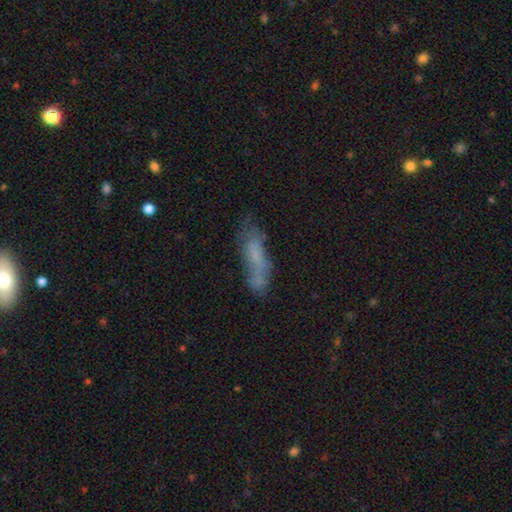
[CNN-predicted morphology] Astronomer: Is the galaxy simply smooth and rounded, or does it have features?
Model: smooth — 59%.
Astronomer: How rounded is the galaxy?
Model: cigar-shaped — 56% (runner-up: in between, 42%).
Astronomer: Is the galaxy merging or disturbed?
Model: none — 49% (runner-up: minor disturbance, 26%).